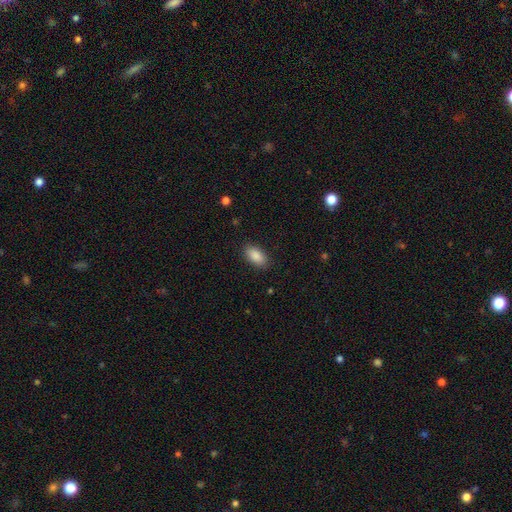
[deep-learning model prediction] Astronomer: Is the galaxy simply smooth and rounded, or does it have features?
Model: smooth — 89%.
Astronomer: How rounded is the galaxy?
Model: in between — 93%.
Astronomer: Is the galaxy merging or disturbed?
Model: none — 88%.